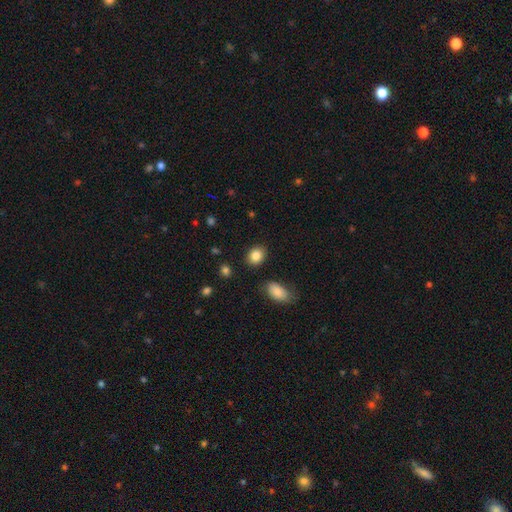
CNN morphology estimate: A smooth galaxy with no disk features (85%) that is in between round and cigar-shaped (59%).

Vote fractions:
- Smooth or featured? smooth: 85% / star or artifact: 8% / featured or disk: 6%
- How rounded? in between: 59% / round: 40% / cigar-shaped: 1%
- Merging? none: 86% / minor disturbance: 9% / merger: 3% / major disturbance: 3%